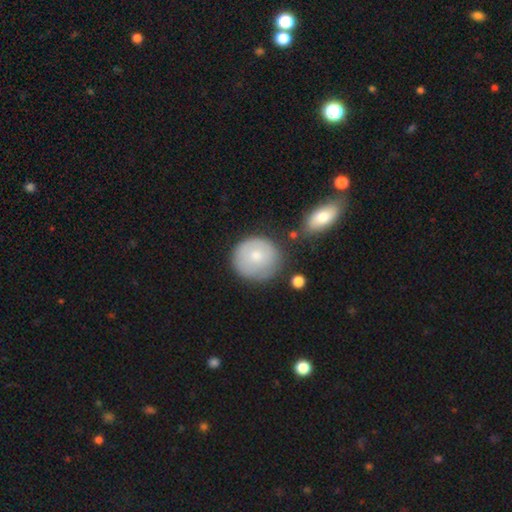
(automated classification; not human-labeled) Smooth or featured? smooth (71%)
How rounded? round (89%)
Merging? none (71%)